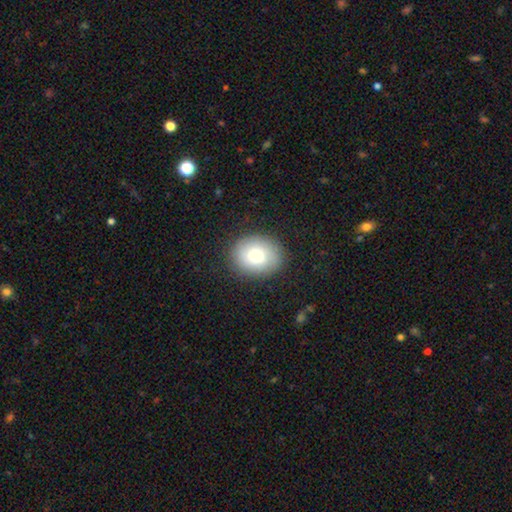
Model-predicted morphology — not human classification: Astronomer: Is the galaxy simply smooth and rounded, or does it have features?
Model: smooth — 76%.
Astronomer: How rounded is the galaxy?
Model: round — 57% (runner-up: in between, 42%).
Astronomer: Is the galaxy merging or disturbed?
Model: none — 86%.